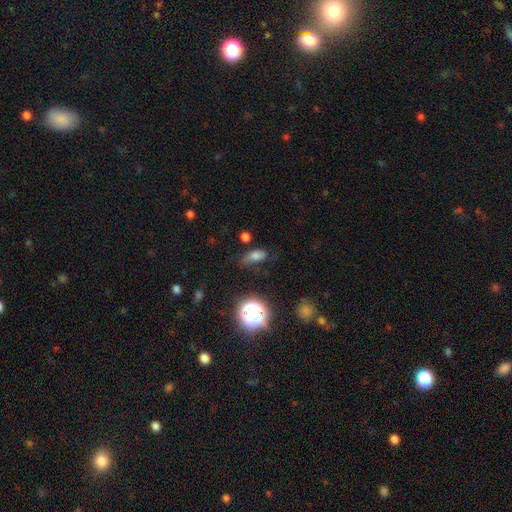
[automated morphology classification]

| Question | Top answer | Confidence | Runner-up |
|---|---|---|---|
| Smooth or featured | smooth | 68% | star or artifact (17%) |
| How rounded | in between | 76% | round (14%) |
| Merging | none | 55% | minor disturbance (29%) |